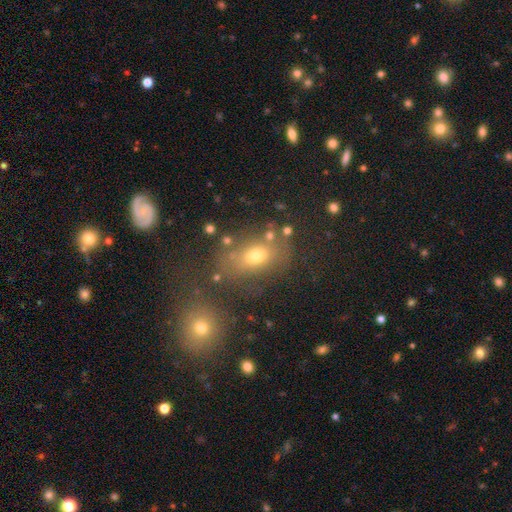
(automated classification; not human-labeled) A smooth galaxy with no disk features (62%) that is in between round and cigar-shaped (74%). Merging: none (65%).